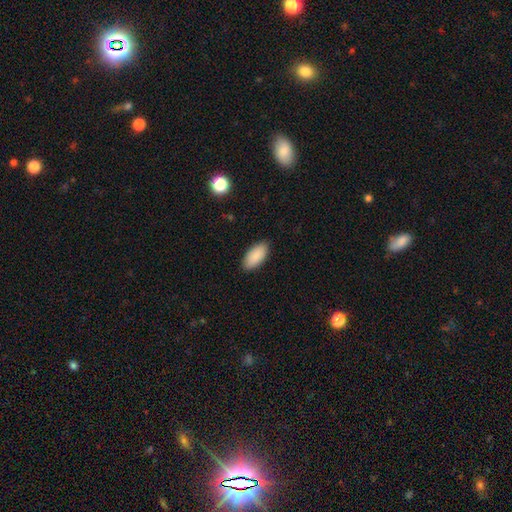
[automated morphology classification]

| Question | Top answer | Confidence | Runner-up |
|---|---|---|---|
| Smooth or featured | smooth | 89% | star or artifact (6%) |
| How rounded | in between | 94% | cigar-shaped (5%) |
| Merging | none | 88% | minor disturbance (9%) |